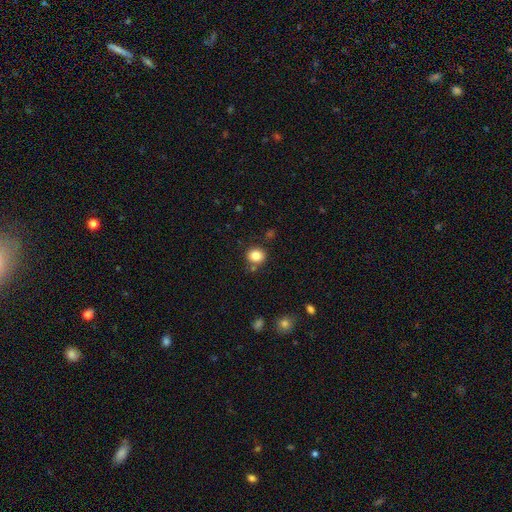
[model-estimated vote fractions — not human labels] smooth-or-featured: smooth: 84% | star or artifact: 10% | featured or disk: 6%
  how-rounded: round: 82% | in between: 17% | cigar-shaped: 1%
  merging: none: 81% | minor disturbance: 10% | merger: 7% | major disturbance: 3%